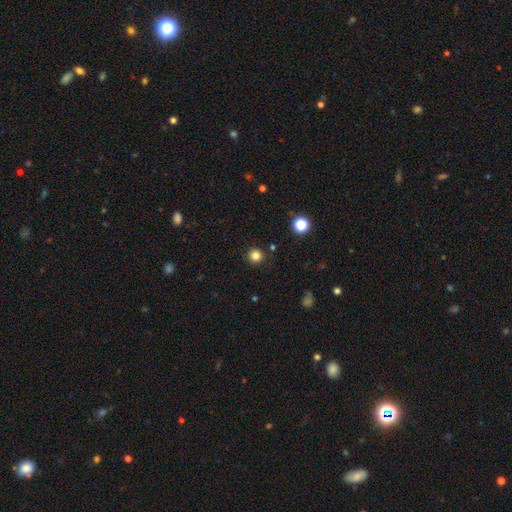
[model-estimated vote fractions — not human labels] This is clearly a smooth galaxy (83%). How rounded: clearly round (95%). Merging: clearly none (90%).